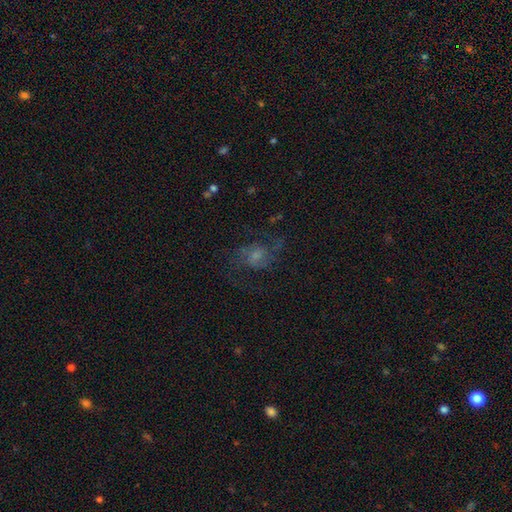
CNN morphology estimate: type=featured or disk (60%); edge-on=no (97%); bar=no (57%); spiral arms=yes (84%); bulge=small (43%); merging=none (58%).